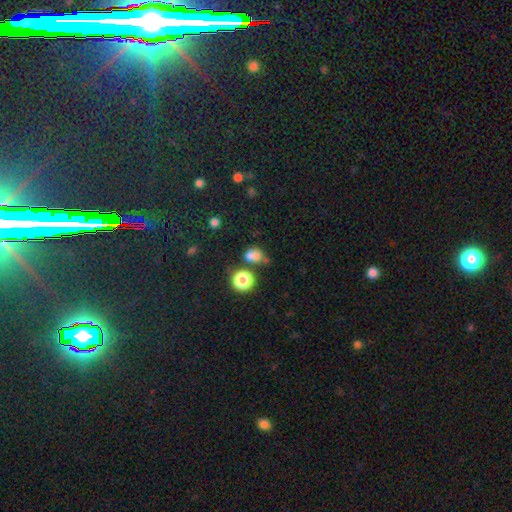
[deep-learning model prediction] The model was most divided on "merging": none: 45%, merger: 31%, minor disturbance: 16%, major disturbance: 8%. More confident: smooth or featured — smooth (69%); how rounded — round (63%).